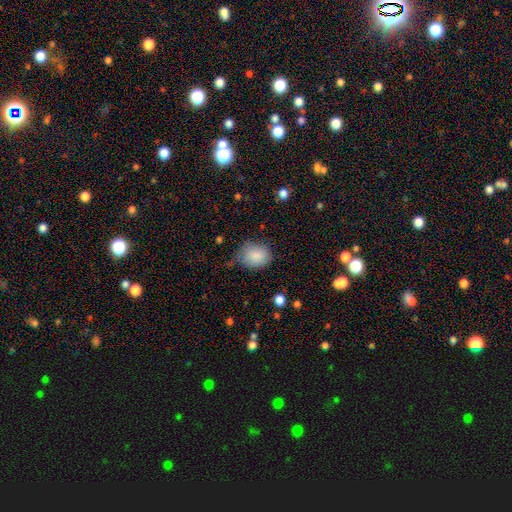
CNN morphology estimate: smooth-or-featured: smooth: 86% | star or artifact: 7% | featured or disk: 7%
  how-rounded: in between: 51% | round: 48% | cigar-shaped: 1%
  merging: none: 54% | minor disturbance: 34% | major disturbance: 10% | merger: 3%